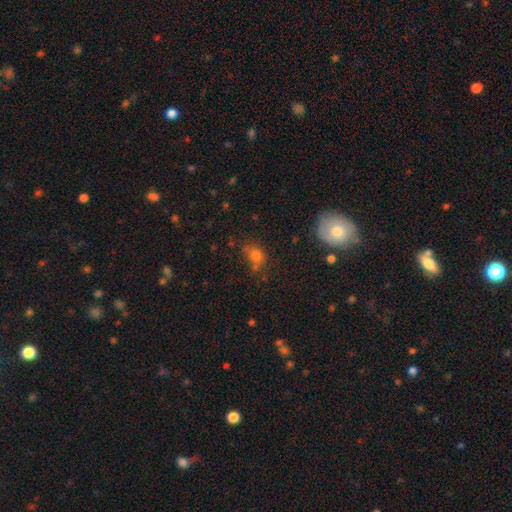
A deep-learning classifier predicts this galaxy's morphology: This appears to be a smooth galaxy with no disk features (74%) that is round (59%). Merging: none (57%).